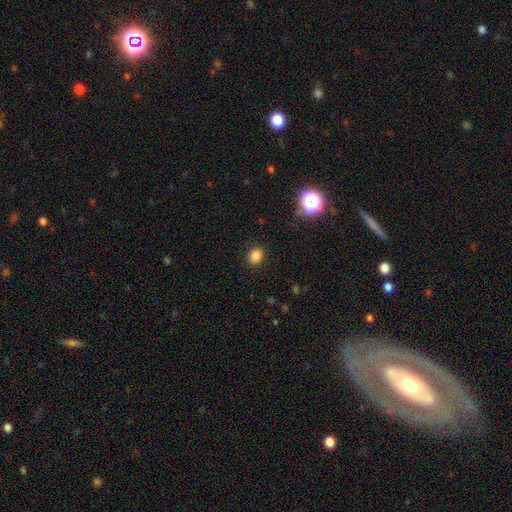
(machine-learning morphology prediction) Smooth or featured? smooth (84%)
How rounded? in between (55%)
Merging? none (89%)